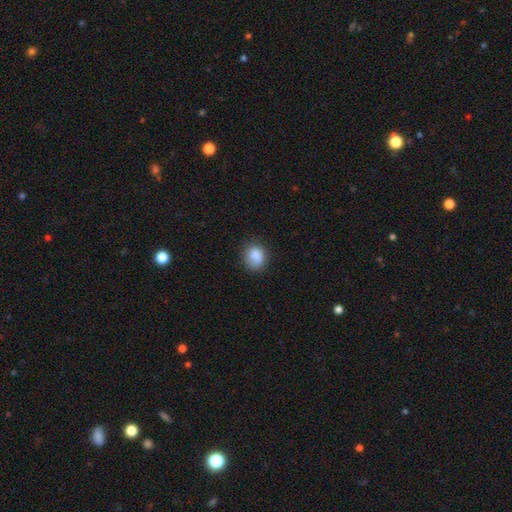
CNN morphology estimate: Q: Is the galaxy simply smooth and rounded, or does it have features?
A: smooth — 85%.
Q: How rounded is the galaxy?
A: round — 55%.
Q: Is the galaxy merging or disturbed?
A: none — 71%.